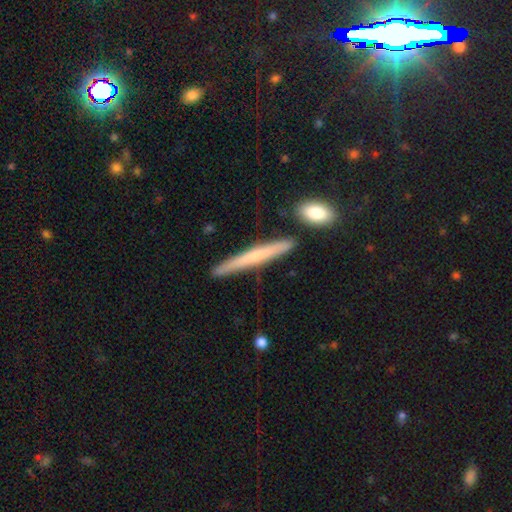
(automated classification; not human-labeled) A smooth galaxy with no disk features (53%) that is cigar-shaped (96%).

Vote fractions:
- Smooth or featured? smooth: 53% / featured or disk: 42% / star or artifact: 6%
- How rounded? cigar-shaped: 96% / in between: 3% / round: 2%
- Merging? none: 84% / minor disturbance: 10% / merger: 4% / major disturbance: 2%